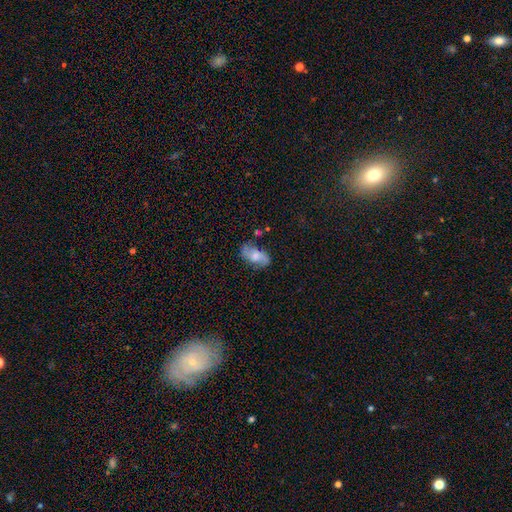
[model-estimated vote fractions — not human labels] Morphology: type=smooth (51%); roundness=in between (91%); merging=none (67%).